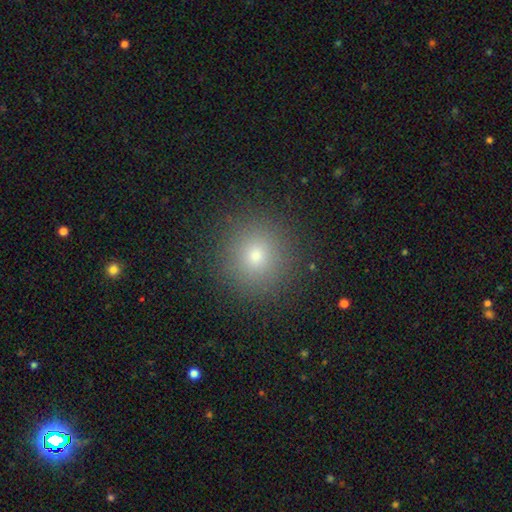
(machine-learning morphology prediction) This is likely a smooth galaxy (72%). How rounded: clearly round (93%). Merging: clearly none (89%).